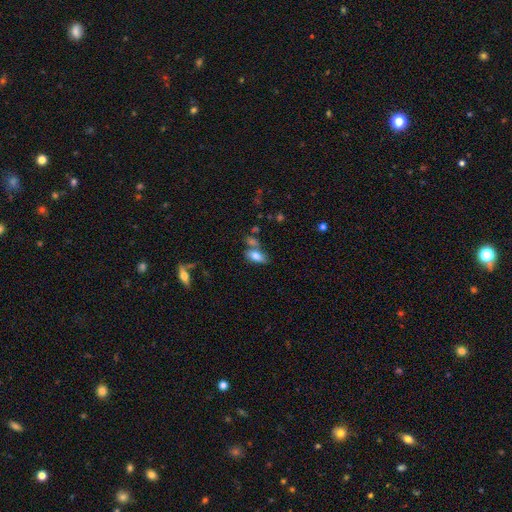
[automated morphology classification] type=smooth (76%); roundness=in between (86%); merging=none (52%).